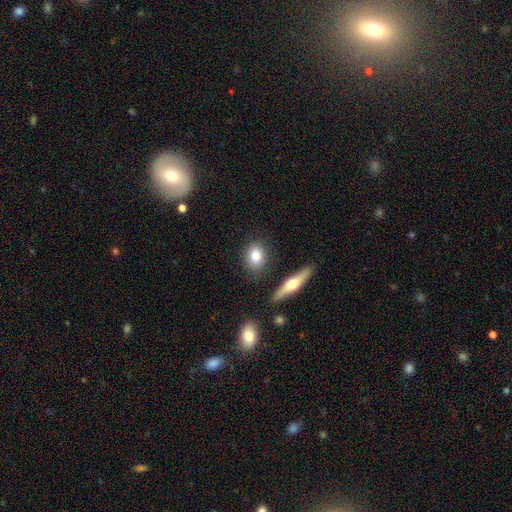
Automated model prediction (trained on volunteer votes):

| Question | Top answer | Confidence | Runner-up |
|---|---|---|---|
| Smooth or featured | smooth | 78% | featured or disk (15%) |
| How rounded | round | 49% | in between (47%) |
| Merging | none | 83% | minor disturbance (10%) |